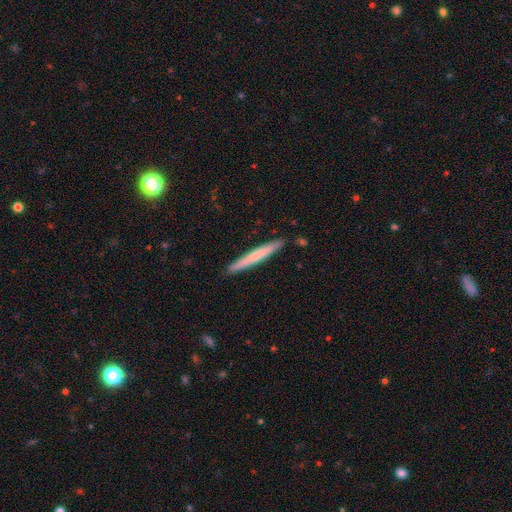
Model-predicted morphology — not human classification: A smooth galaxy with no disk features (60%) that is cigar-shaped (97%).

Vote fractions:
- Smooth or featured? smooth: 60% / featured or disk: 34% / star or artifact: 5%
- How rounded? cigar-shaped: 97% / in between: 2% / round: 1%
- Merging? none: 91% / minor disturbance: 7% / merger: 1% / major disturbance: 1%